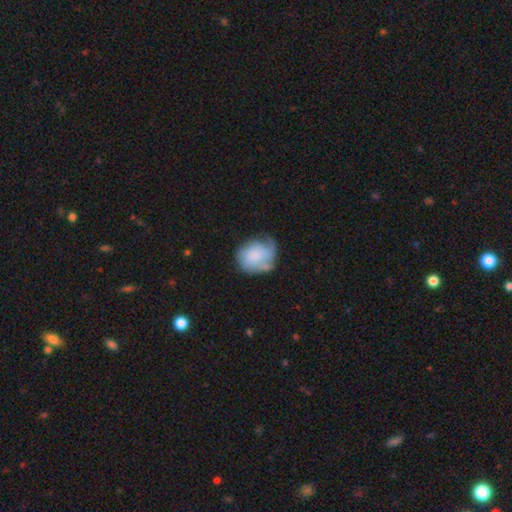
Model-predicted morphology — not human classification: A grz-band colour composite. It shows a smooth galaxy with no disk features (62%) that is round (62%). Merging: none (36%).